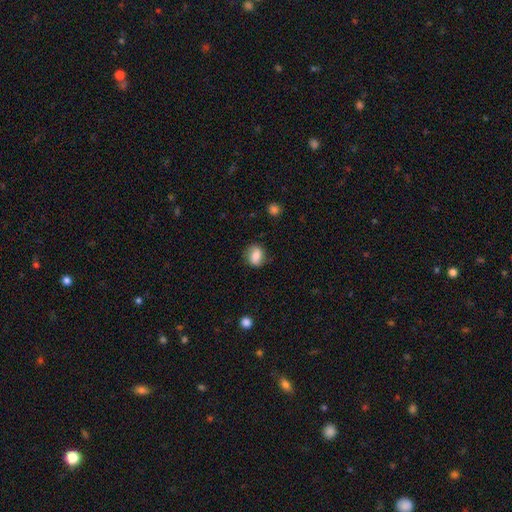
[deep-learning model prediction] Q: Smooth or featured?
A: smooth (72%); runner-up: featured or disk (20%)
Q: How rounded?
A: in between (57%); runner-up: round (41%)
Q: Merging?
A: none (74%); runner-up: minor disturbance (19%)